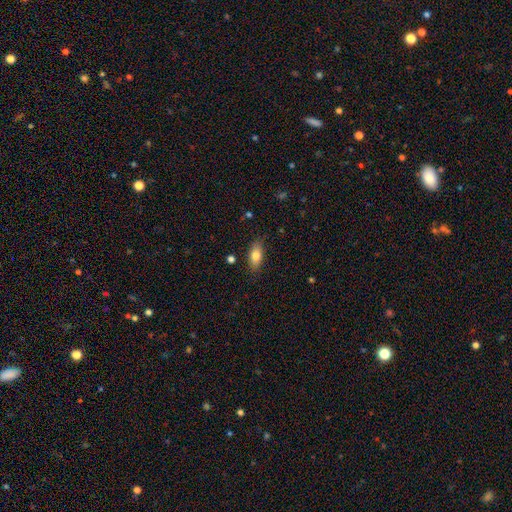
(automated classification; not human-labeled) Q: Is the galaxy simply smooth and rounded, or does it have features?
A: smooth — 78%.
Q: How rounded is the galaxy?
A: in between — 82%.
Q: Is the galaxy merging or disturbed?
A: none — 83%.